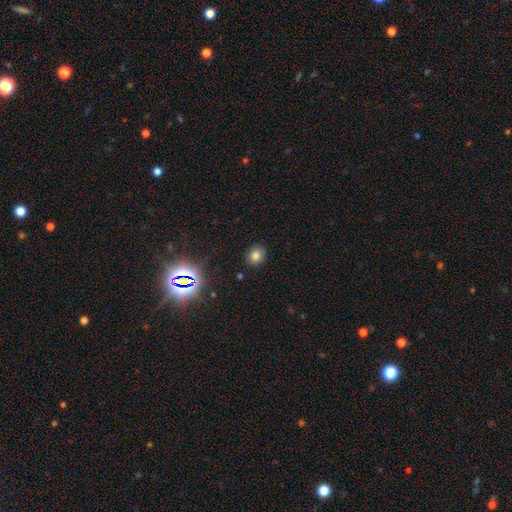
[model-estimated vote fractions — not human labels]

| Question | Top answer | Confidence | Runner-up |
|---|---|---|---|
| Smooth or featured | smooth | 75% | star or artifact (17%) |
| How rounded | round | 61% | in between (38%) |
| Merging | none | 87% | minor disturbance (9%) |